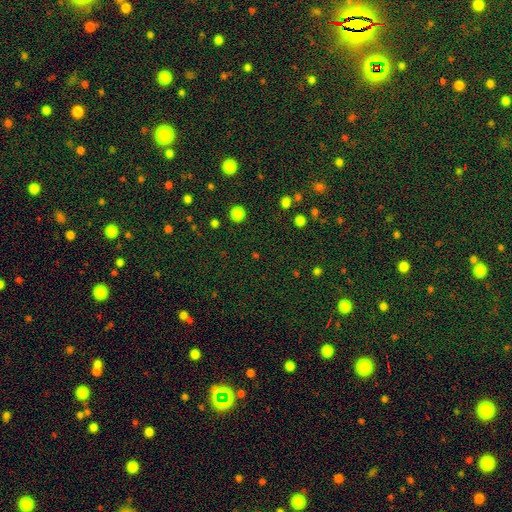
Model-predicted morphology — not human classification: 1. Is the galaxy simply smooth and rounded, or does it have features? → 61% star or artifact, 32% smooth, 7% featured or disk.